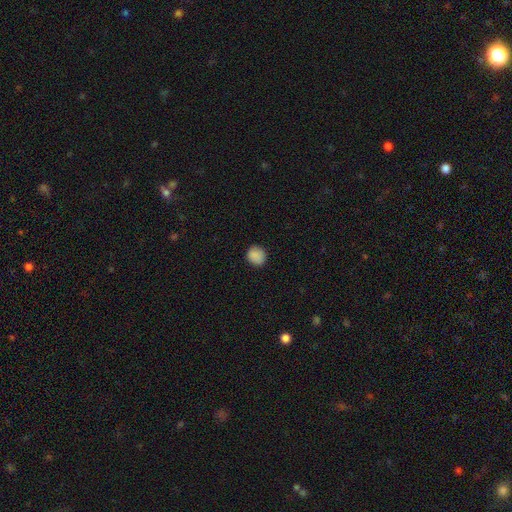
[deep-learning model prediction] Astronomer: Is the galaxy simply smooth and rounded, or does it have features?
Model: smooth — 88%.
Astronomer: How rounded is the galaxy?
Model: round — 84%.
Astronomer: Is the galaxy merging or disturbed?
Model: none — 89%.